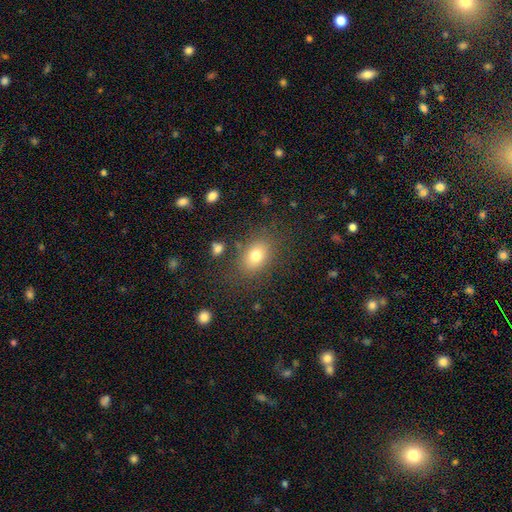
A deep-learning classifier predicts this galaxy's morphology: smooth 77%, star or artifact 12%, featured or disk 11%. Down the decision tree: how rounded — in between (66%); merging — none (79%).